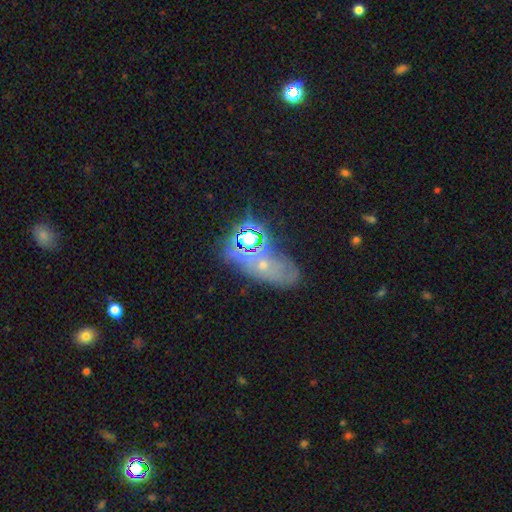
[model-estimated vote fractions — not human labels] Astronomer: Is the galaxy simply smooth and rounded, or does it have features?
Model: star or artifact — 36% (runner-up: smooth, 34%).